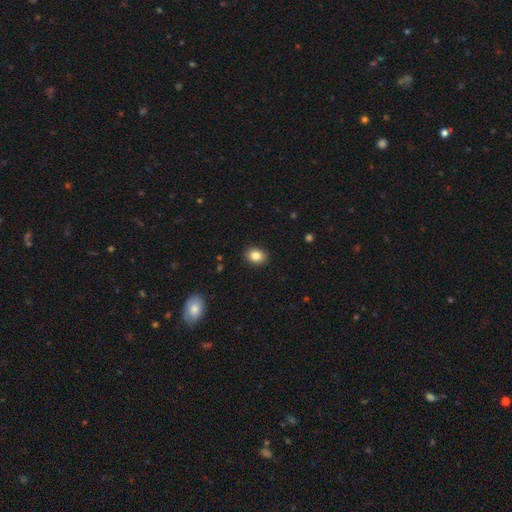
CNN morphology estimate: Smooth or featured? smooth (85%)
How rounded? in between (50%)
Merging? none (90%)